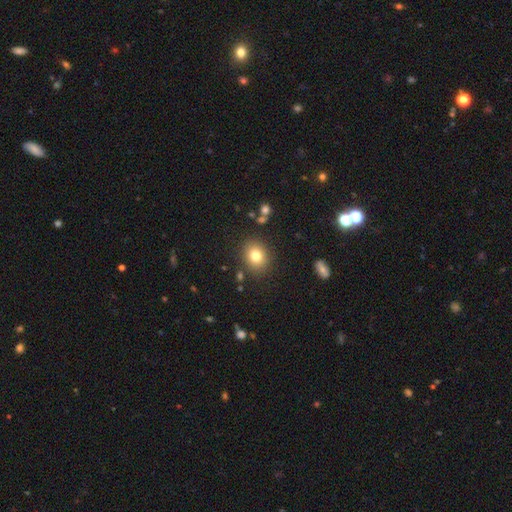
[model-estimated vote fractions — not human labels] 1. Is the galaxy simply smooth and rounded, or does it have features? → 78% smooth, 12% star or artifact, 10% featured or disk.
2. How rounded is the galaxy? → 63% round, 37% in between, 1% cigar-shaped.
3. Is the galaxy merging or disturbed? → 86% none, 8% minor disturbance, 3% major disturbance, 3% merger.